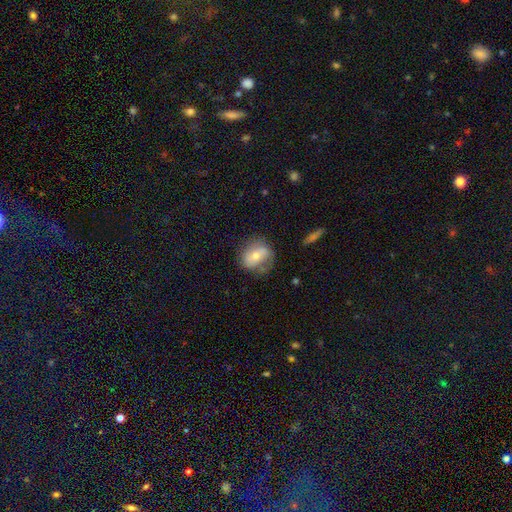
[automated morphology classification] smooth-or-featured: smooth: 56% | featured or disk: 36% | star or artifact: 8%
  how-rounded: in between: 58% | round: 40% | cigar-shaped: 3%
  merging: none: 63% | minor disturbance: 25% | major disturbance: 9% | merger: 3%